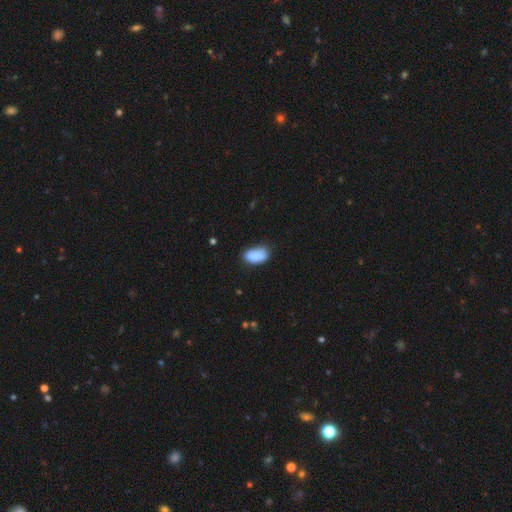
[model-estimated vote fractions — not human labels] Overall: smooth (88%). How rounded: in between (93%). Merging: none (71%).